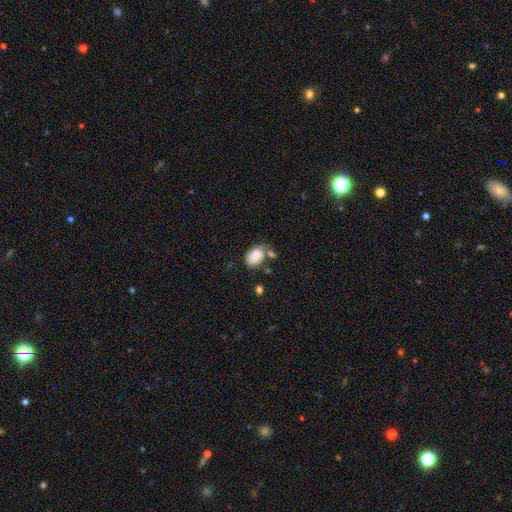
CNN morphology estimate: Q: Smooth or featured?
A: smooth (80%); runner-up: featured or disk (12%)
Q: How rounded?
A: in between (86%); runner-up: round (13%)
Q: Merging?
A: none (39%); runner-up: minor disturbance (25%)